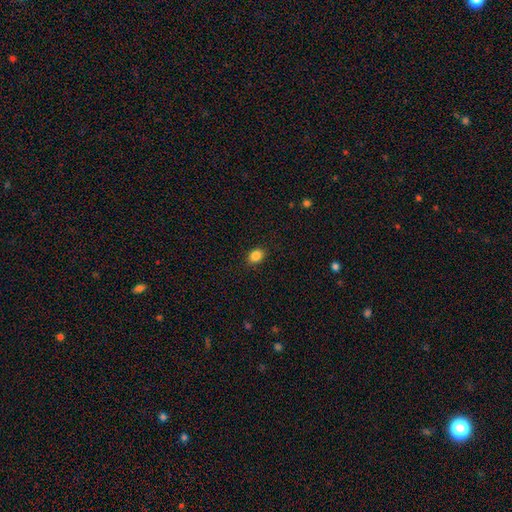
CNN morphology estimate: smooth_or_featured: smooth (p=0.86) [alt: star or artifact p=0.10]
how_rounded: in between (p=0.64) [alt: round p=0.35]
merging: none (p=0.89) [alt: minor disturbance p=0.08]